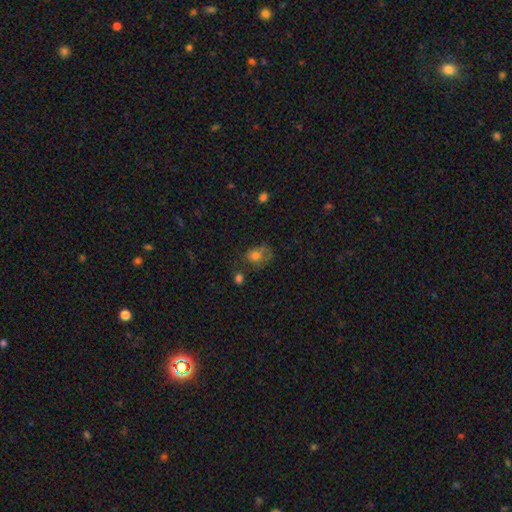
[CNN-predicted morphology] The model was most divided on "merging": none: 40%, minor disturbance: 30%, major disturbance: 24%, merger: 6%. More confident: smooth or featured — smooth (67%); how rounded — in between (59%).